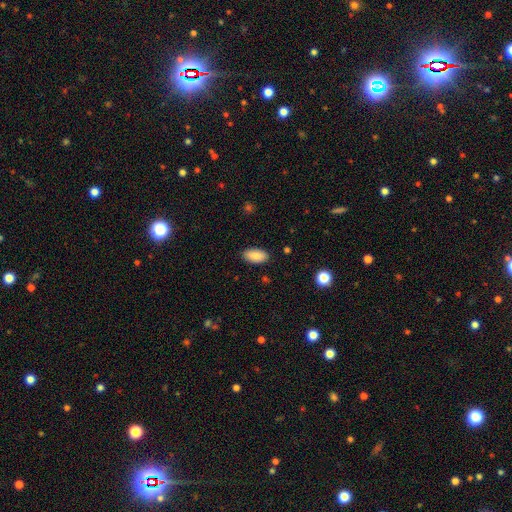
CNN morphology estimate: This appears to be a smooth galaxy with no disk features (87%) that is in between round and cigar-shaped (94%). Merging: none (88%).